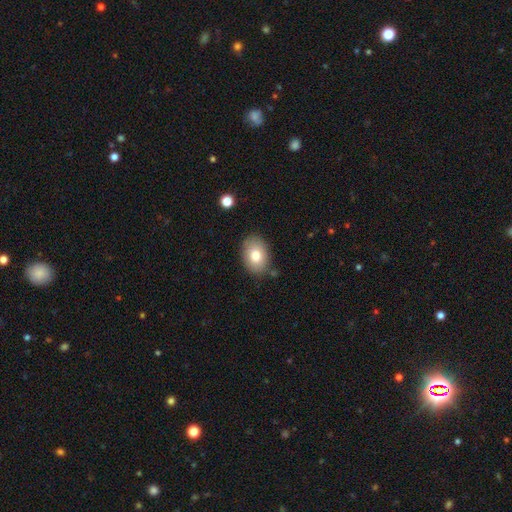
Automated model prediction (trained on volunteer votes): smooth_or_featured: smooth (p=0.79) [alt: featured or disk p=0.13]
how_rounded: in between (p=0.80) [alt: round p=0.19]
merging: none (p=0.81) [alt: minor disturbance p=0.13]